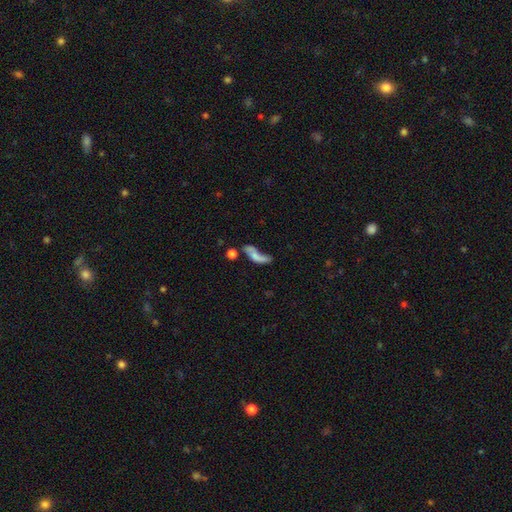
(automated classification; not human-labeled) Smooth or featured? smooth (50%)
How rounded? in between (54%)
Merging? merger (28%)